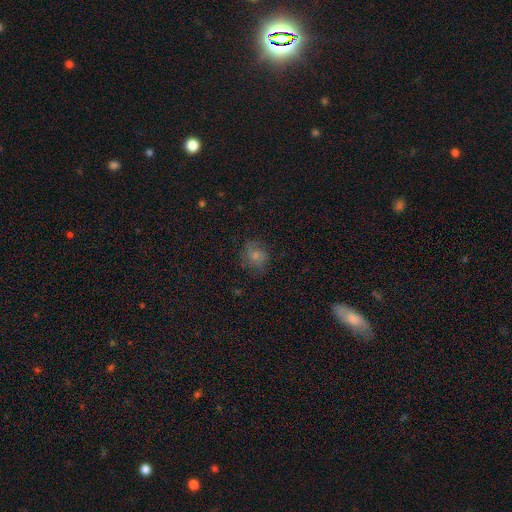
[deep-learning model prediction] Smooth or featured?
  - smooth: 68% *
  - featured or disk: 19%
  - star or artifact: 12%
How rounded?
  - round: 73% *
  - in between: 26%
  - cigar-shaped: 1%
Merging?
  - none: 70% *
  - minor disturbance: 20%
  - major disturbance: 9%
  - merger: 1%